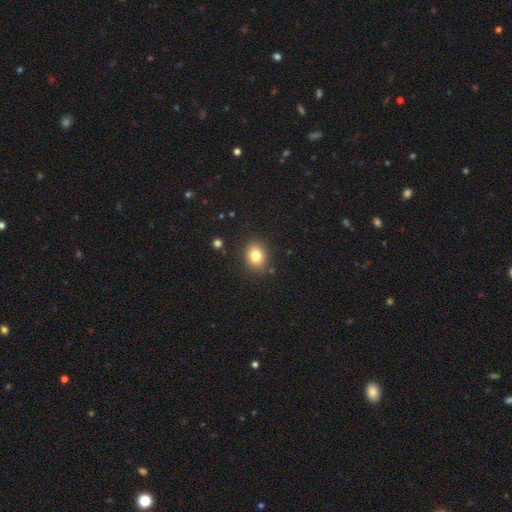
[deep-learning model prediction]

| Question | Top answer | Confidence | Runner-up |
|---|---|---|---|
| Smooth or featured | smooth | 80% | star or artifact (11%) |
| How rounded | round | 55% | in between (44%) |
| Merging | none | 85% | minor disturbance (10%) |